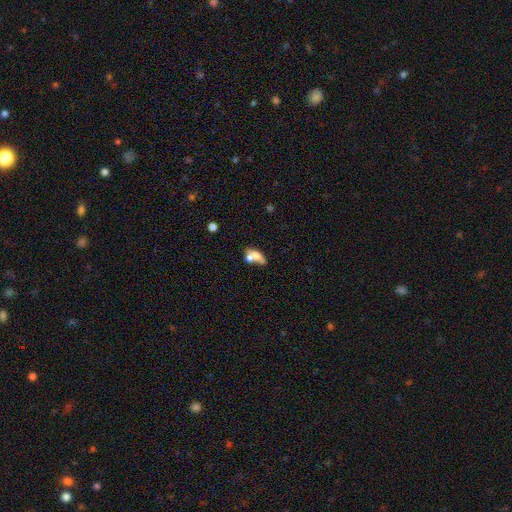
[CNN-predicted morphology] Smooth or featured? Predicted: smooth (p=0.61). How rounded? Predicted: in between (p=0.74). Merging? Predicted: merger (p=0.59).